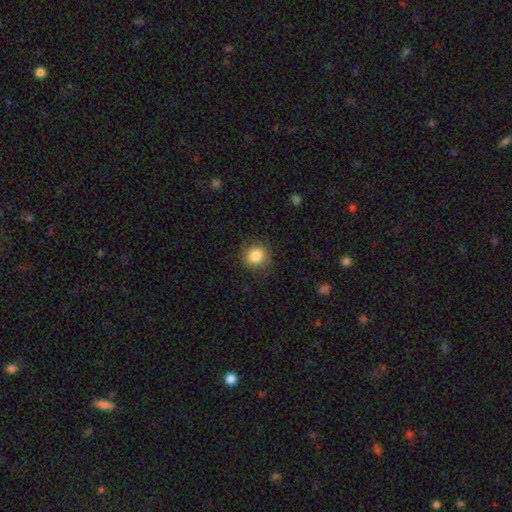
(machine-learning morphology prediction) Smooth or featured? smooth (85%)
How rounded? round (86%)
Merging? none (85%)